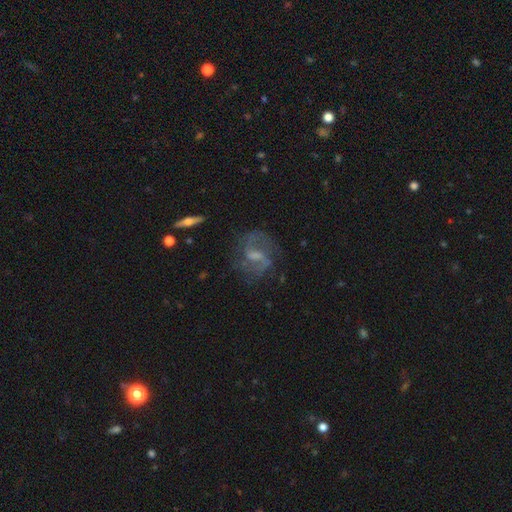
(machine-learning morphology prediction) Smooth or featured? featured or disk (80%)
Edge-on disk? no (96%)
Bar? weak (53%)
Spiral arms? yes (92%)
Spiral winding? medium (50%)
Spiral arm count? 2 (85%)
Bulge size? small (36%)
Merging? none (69%)